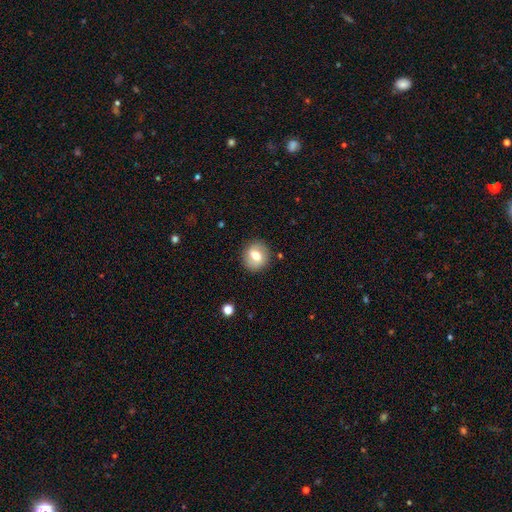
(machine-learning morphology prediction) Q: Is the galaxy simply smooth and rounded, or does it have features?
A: smooth — 64%.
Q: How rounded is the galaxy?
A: round — 77%.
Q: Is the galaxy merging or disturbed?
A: none — 86%.